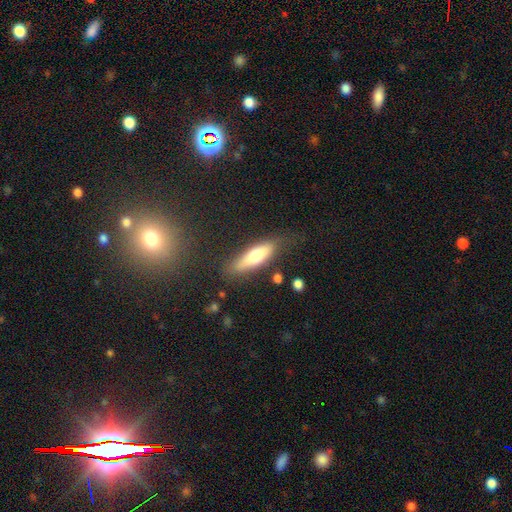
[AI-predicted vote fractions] A smooth galaxy with no disk features (67%) that is cigar-shaped (64%). Merging: none (72%).